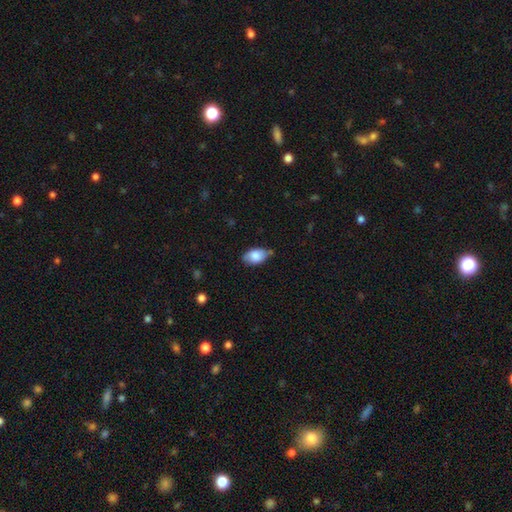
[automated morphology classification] A smooth galaxy with no disk features (81%) that is in between round and cigar-shaped (92%).

Vote fractions:
- Smooth or featured? smooth: 81% / featured or disk: 12% / star or artifact: 7%
- How rounded? in between: 92% / round: 6% / cigar-shaped: 2%
- Merging? none: 65% / minor disturbance: 27% / major disturbance: 4% / merger: 4%